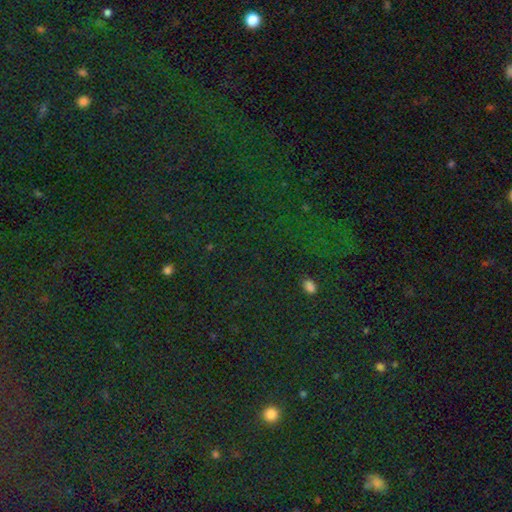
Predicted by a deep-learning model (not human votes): A star or artifact, not a galaxy (80%).